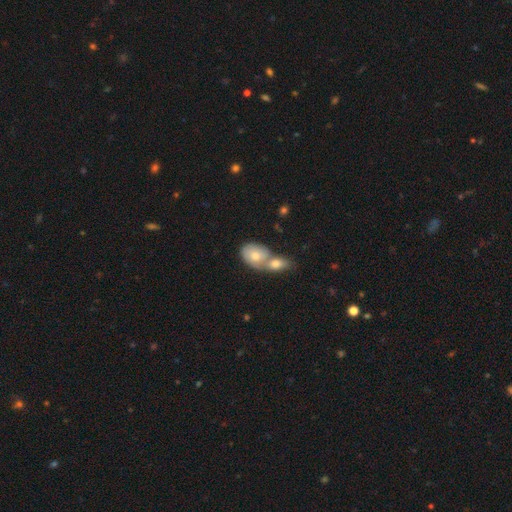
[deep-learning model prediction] A smooth galaxy with no disk features (70%) that is in between round and cigar-shaped (72%). Merging: merger (68%).